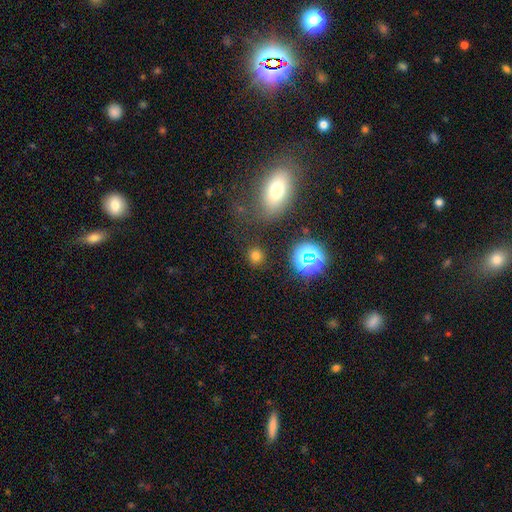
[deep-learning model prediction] Smooth or featured: smooth — 72% (star or artifact — 21%)
How rounded: round — 85% (in between — 14%)
Merging: none — 85% (minor disturbance — 8%)